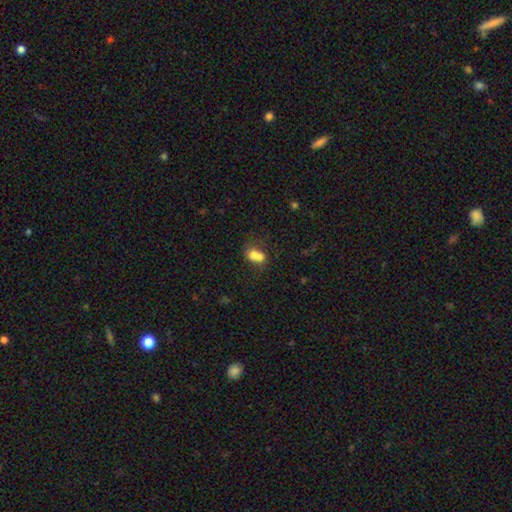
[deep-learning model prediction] Smooth or featured?
  - smooth: 68% *
  - featured or disk: 20%
  - star or artifact: 11%
How rounded?
  - in between: 52% *
  - round: 47%
  - cigar-shaped: 2%
Merging?
  - merger: 69% *
  - none: 20%
  - minor disturbance: 7%
  - major disturbance: 5%